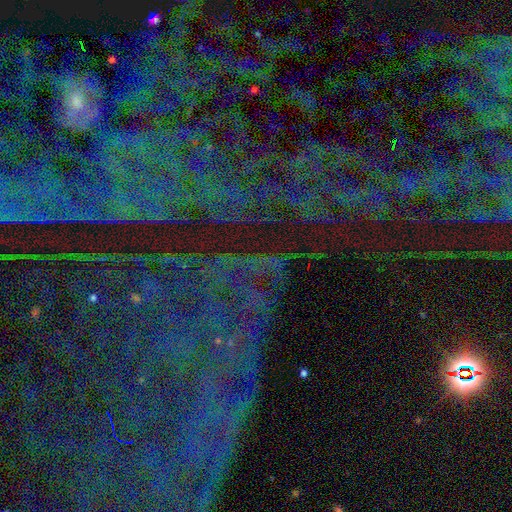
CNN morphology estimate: Smooth or featured?
  - star or artifact: 81% *
  - featured or disk: 10%
  - smooth: 9%